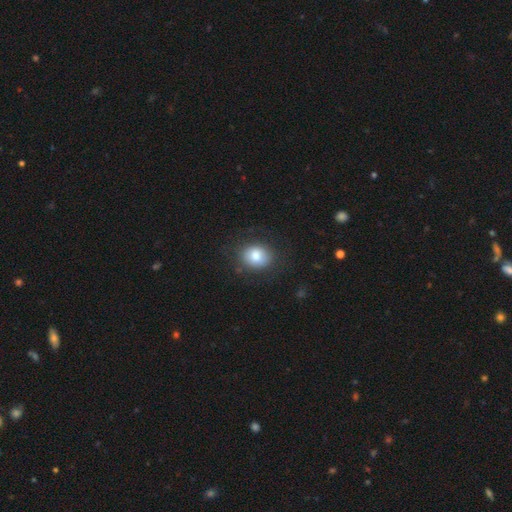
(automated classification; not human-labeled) smooth_or_featured: smooth (p=0.81) [alt: featured or disk p=0.10]
how_rounded: round (p=0.61) [alt: in between p=0.38]
merging: none (p=0.82) [alt: minor disturbance p=0.12]